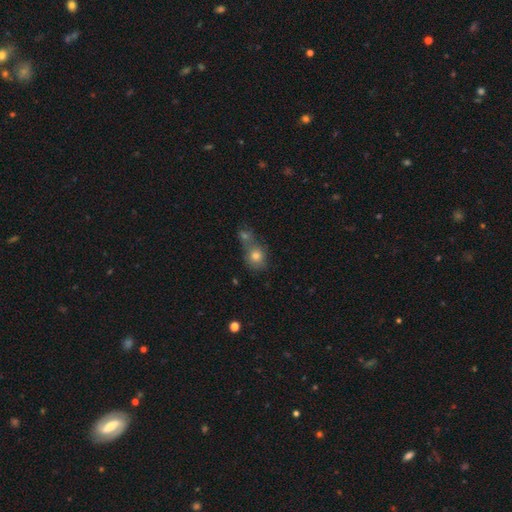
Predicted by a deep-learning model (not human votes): smooth-or-featured: smooth: 77% | star or artifact: 12% | featured or disk: 11%
  how-rounded: round: 74% | in between: 25% | cigar-shaped: 1%
  merging: merger: 44% | none: 41% | minor disturbance: 11% | major disturbance: 5%